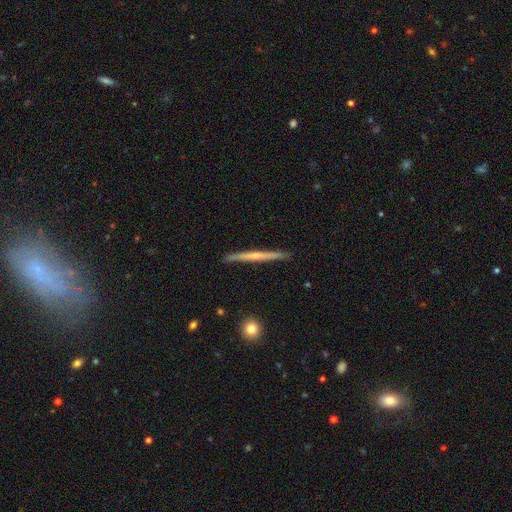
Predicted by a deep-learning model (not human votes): smooth-or-featured: featured or disk: 63% | smooth: 31% | star or artifact: 6%
  disk-edge-on: yes: 98% | no: 2%
    edge-on-bulge: none: 55% | rounded: 40% | boxy: 5%
  merging: none: 91% | minor disturbance: 7% | major disturbance: 1% | merger: 1%